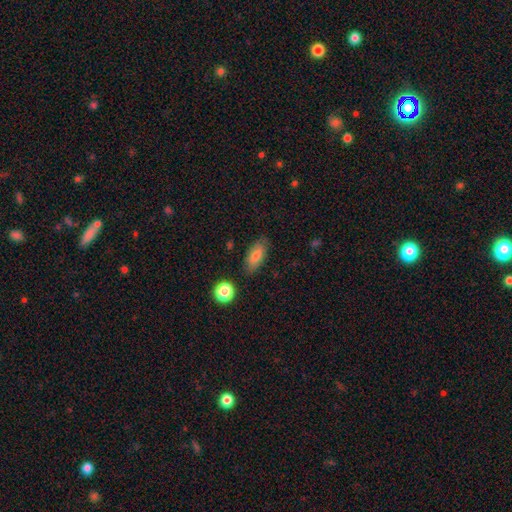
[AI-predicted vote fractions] Morphology: type=smooth (77%); roundness=in between (83%); merging=none (81%).